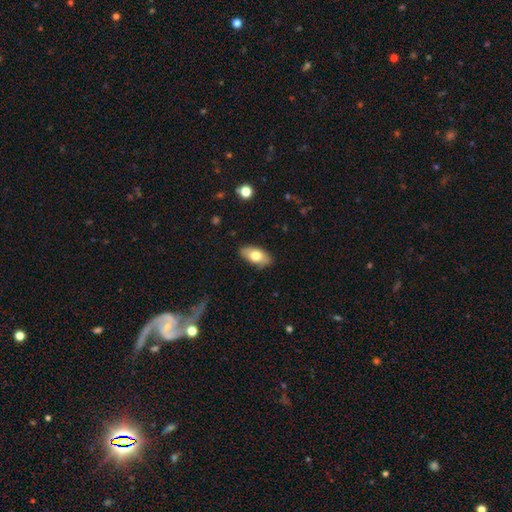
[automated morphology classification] Q: Smooth or featured?
A: smooth (73%); runner-up: featured or disk (20%)
Q: How rounded?
A: in between (91%); runner-up: cigar-shaped (5%)
Q: Merging?
A: none (83%); runner-up: minor disturbance (13%)